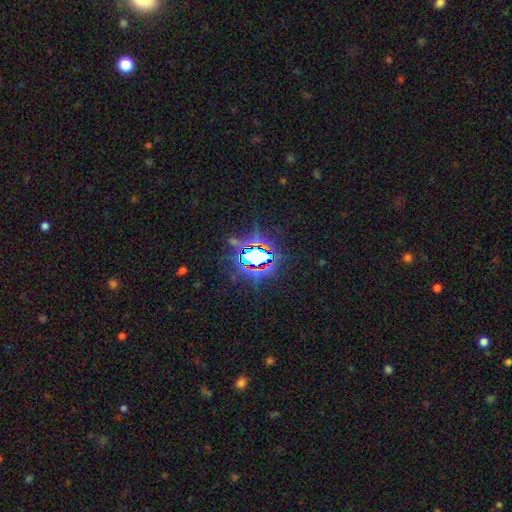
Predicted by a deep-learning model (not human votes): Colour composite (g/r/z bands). It shows a star or artifact, not a galaxy (76%).